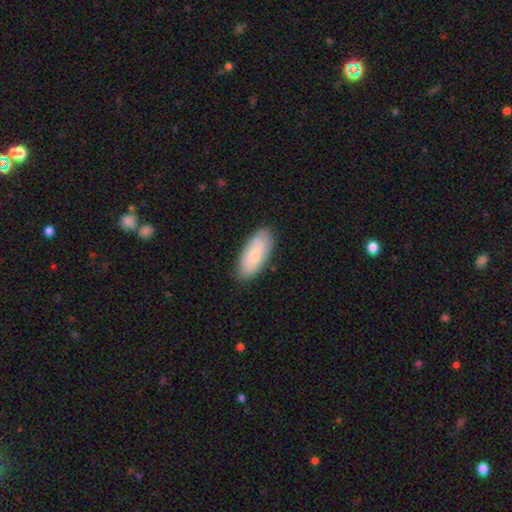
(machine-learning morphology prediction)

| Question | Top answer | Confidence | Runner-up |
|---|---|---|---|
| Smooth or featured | smooth | 67% | featured or disk (27%) |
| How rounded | in between | 90% | cigar-shaped (8%) |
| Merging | none | 77% | minor disturbance (18%) |